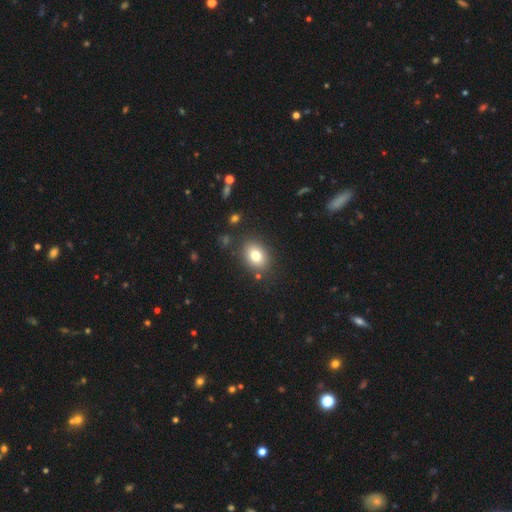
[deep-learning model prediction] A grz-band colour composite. It shows a smooth galaxy with no disk features (79%) that is in between round and cigar-shaped (63%). Merging: none (84%).